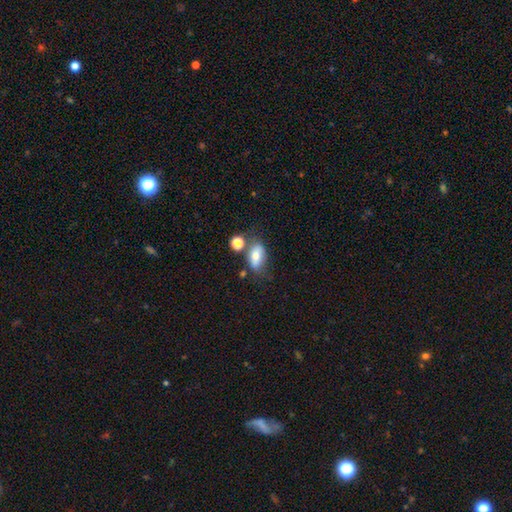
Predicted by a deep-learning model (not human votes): Q: Smooth or featured?
A: smooth (73%); runner-up: featured or disk (18%)
Q: How rounded?
A: in between (84%); runner-up: round (11%)
Q: Merging?
A: none (56%); runner-up: minor disturbance (19%)